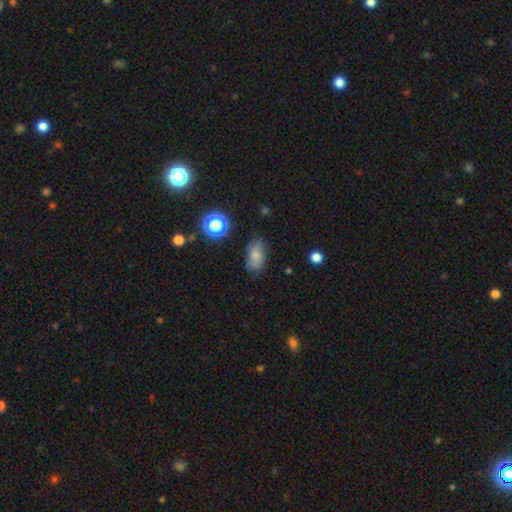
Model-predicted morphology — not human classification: Smooth or featured? smooth (76%)
How rounded? in between (88%)
Merging? none (67%)